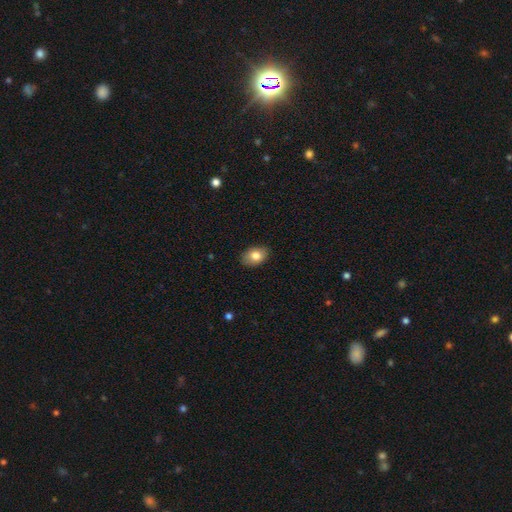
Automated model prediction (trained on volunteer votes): This is clearly a smooth galaxy (81%). How rounded: clearly in between (84%). Merging: clearly none (86%).